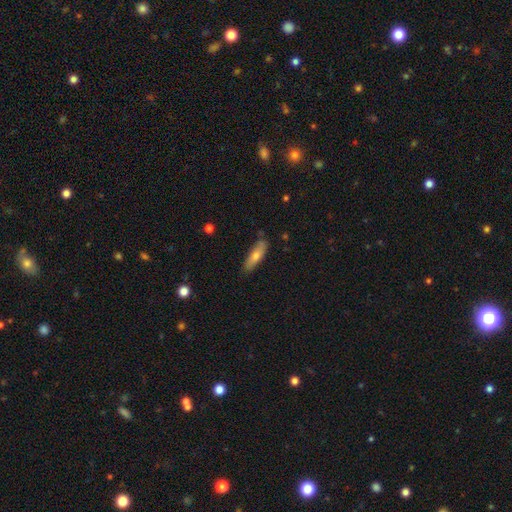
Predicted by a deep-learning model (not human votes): Smooth or featured?
  - smooth: 64% *
  - featured or disk: 29%
  - star or artifact: 6%
How rounded?
  - cigar-shaped: 60% *
  - in between: 38%
  - round: 2%
Merging?
  - none: 78% *
  - minor disturbance: 17%
  - major disturbance: 3%
  - merger: 2%